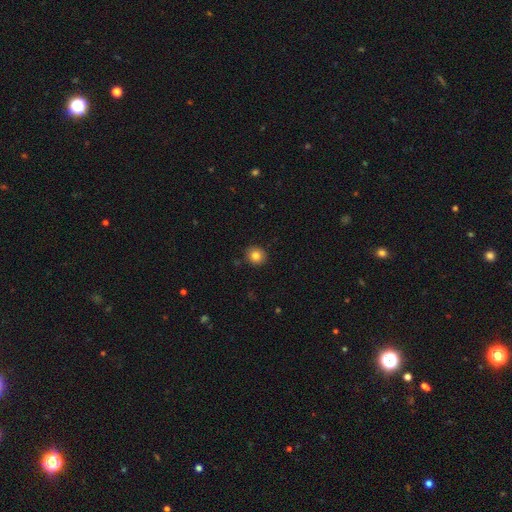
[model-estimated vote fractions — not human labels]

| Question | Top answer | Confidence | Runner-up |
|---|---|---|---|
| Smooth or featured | smooth | 84% | star or artifact (10%) |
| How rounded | round | 89% | in between (10%) |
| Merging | none | 90% | minor disturbance (7%) |